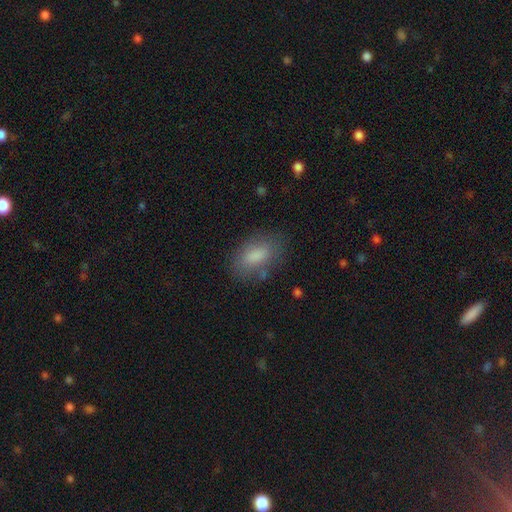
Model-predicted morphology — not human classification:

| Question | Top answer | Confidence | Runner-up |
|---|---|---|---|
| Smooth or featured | smooth | 83% | featured or disk (9%) |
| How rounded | in between | 90% | round (6%) |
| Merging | none | 75% | minor disturbance (17%) |